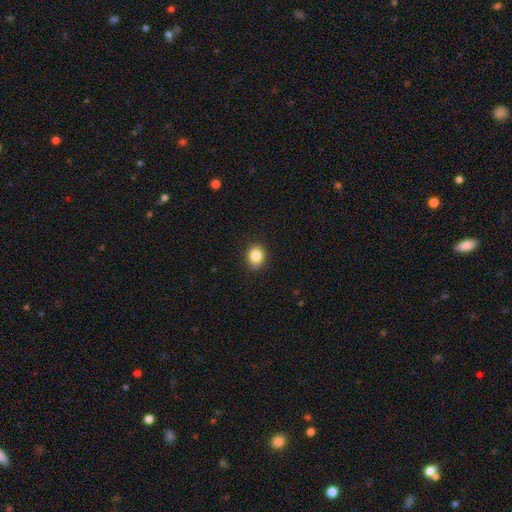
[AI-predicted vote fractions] smooth_or_featured: smooth (p=0.85) [alt: star or artifact p=0.10]
how_rounded: round (p=0.61) [alt: in between p=0.38]
merging: none (p=0.87) [alt: minor disturbance p=0.10]